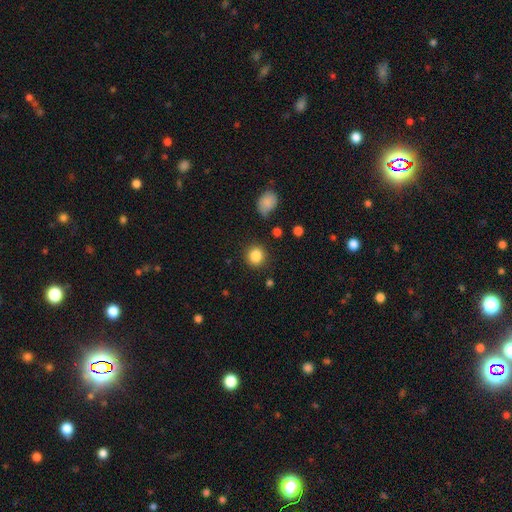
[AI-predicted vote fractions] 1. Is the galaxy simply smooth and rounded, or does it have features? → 86% smooth, 10% star or artifact, 4% featured or disk.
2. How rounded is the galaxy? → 90% round, 9% in between, 1% cigar-shaped.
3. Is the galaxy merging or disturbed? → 88% none, 8% minor disturbance, 3% major disturbance, 2% merger.